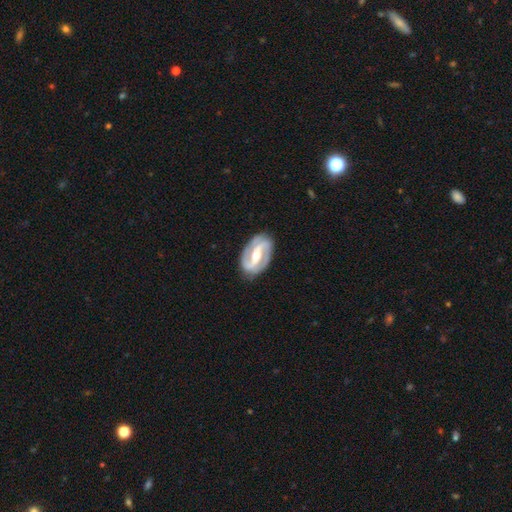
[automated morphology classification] Smooth or featured? featured or disk (90%)
Edge-on disk? no (96%)
Bar? strong (60%)
Spiral arms? yes (94%)
Spiral winding? medium (47%)
Spiral arm count? 2 (93%)
Bulge size? moderate (67%)
Merging? none (86%)